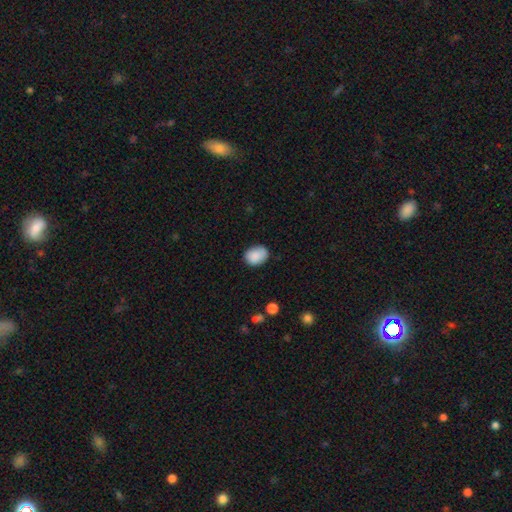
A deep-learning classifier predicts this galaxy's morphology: Smooth or featured? Predicted: smooth (p=0.88). How rounded? Predicted: in between (p=0.71). Merging? Predicted: none (p=0.77).